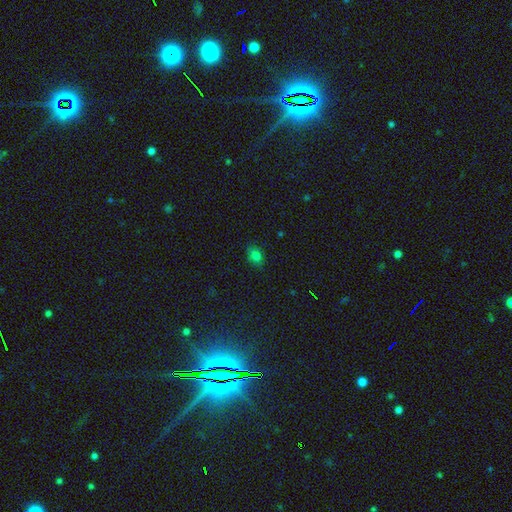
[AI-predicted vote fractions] A smooth galaxy with no disk features (77%) that is in between round and cigar-shaped (72%).

Vote fractions:
- Smooth or featured? smooth: 77% / star or artifact: 17% / featured or disk: 6%
- How rounded? in between: 72% / round: 26% / cigar-shaped: 2%
- Merging? none: 82% / minor disturbance: 14% / major disturbance: 3% / merger: 1%